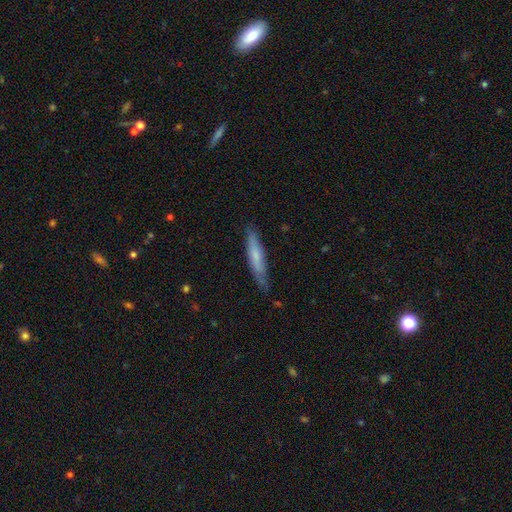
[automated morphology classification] Overall: smooth (60%; featured or disk 35%). How rounded: cigar-shaped (88%). Merging: none (72%).